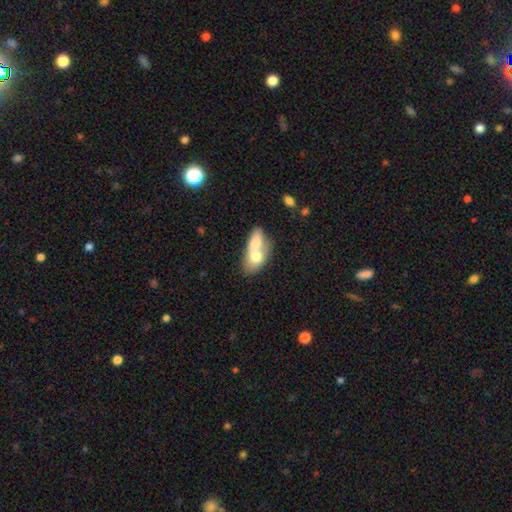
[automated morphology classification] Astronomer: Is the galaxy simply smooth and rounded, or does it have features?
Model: smooth — 66%.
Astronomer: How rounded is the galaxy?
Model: in between — 77%.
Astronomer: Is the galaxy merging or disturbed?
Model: merger — 75%.